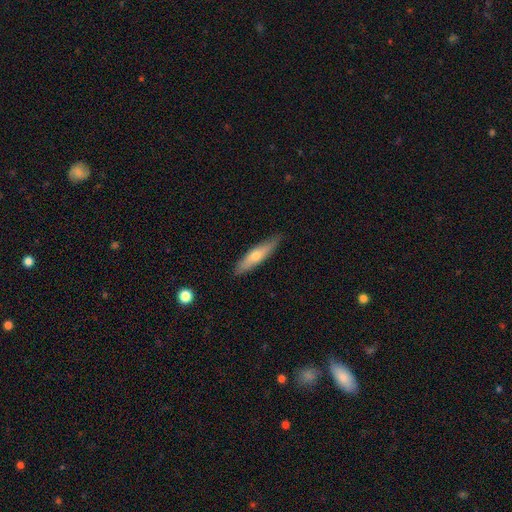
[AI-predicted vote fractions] A smooth galaxy with no disk features (57%) that is cigar-shaped (79%).

Vote fractions:
- Smooth or featured? smooth: 57% / featured or disk: 37% / star or artifact: 6%
- How rounded? cigar-shaped: 79% / in between: 20% / round: 2%
- Merging? none: 85% / minor disturbance: 11% / major disturbance: 2% / merger: 1%